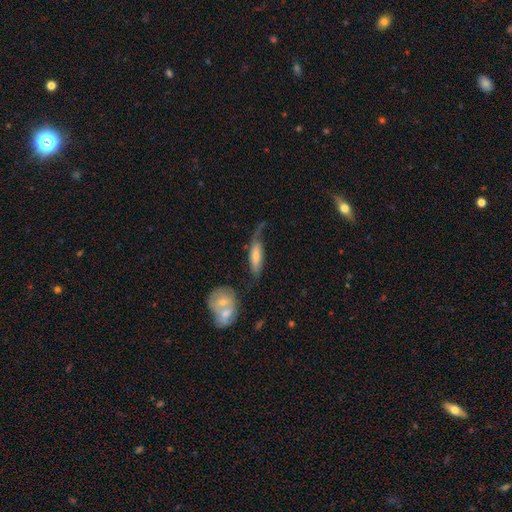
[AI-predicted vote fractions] The model was most divided on "smooth or featured": featured or disk: 47%, smooth: 45%, star or artifact: 8%. Remaining: merging — none (38%).